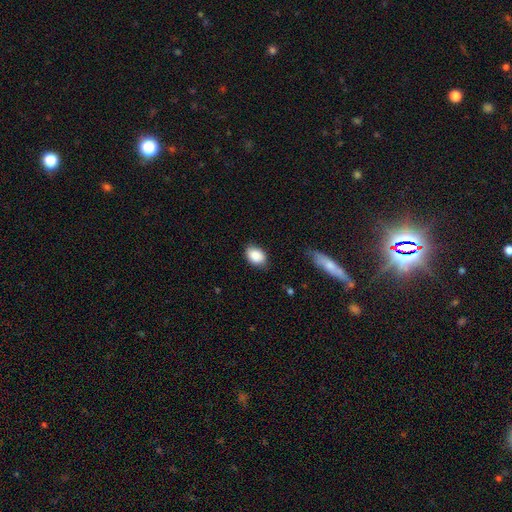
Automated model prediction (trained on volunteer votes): Overall: smooth (88%). How rounded: in between (78%). Merging: none (75%).